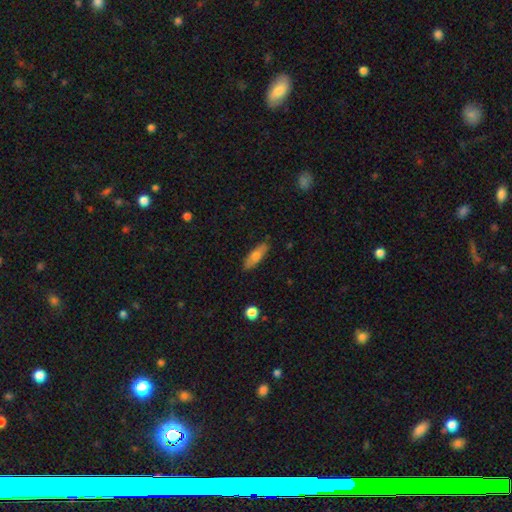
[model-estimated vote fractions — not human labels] The model was most divided on "how rounded": in between: 53%, cigar-shaped: 44%, round: 3%. More confident: merging — none (85%); smooth or featured — smooth (66%).